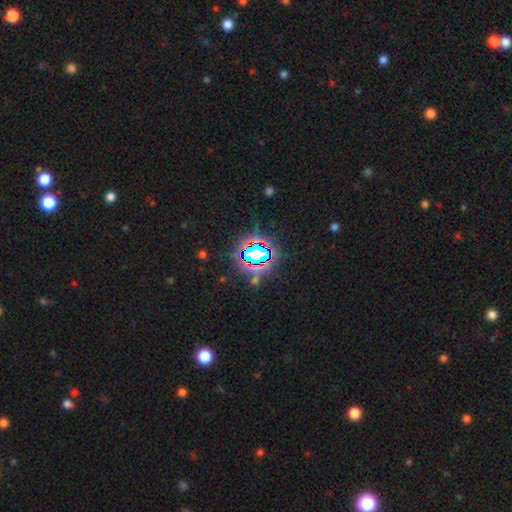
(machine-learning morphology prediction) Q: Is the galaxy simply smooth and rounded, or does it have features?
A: star or artifact — 76%.